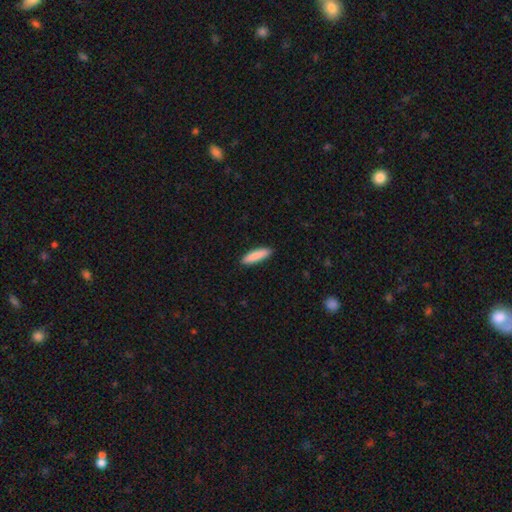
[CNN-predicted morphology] Smooth or featured: smooth — 88% (featured or disk — 6%)
How rounded: cigar-shaped — 73% (in between — 26%)
Merging: none — 91% (minor disturbance — 7%)